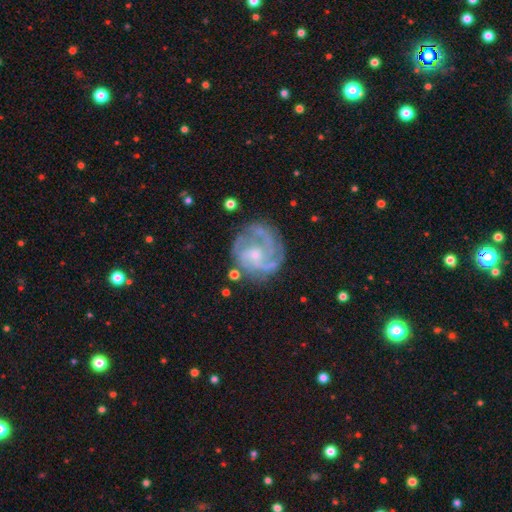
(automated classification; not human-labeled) smooth_or_featured: featured or disk (p=0.84) [alt: smooth p=0.10]
disk_edge_on: no (p=0.98) [alt: yes p=0.02]
bar: no (p=0.65) [alt: weak p=0.30]
has_spiral_arms: yes (p=0.94) [alt: no p=0.06]
spiral_winding: tight (p=0.49) [alt: medium p=0.40]
spiral_arm_count: 3 (p=0.36) [alt: 2 p=0.22]
bulge_size: small (p=0.65) [alt: moderate p=0.26]
merging: none (p=0.69) [alt: minor disturbance p=0.18]